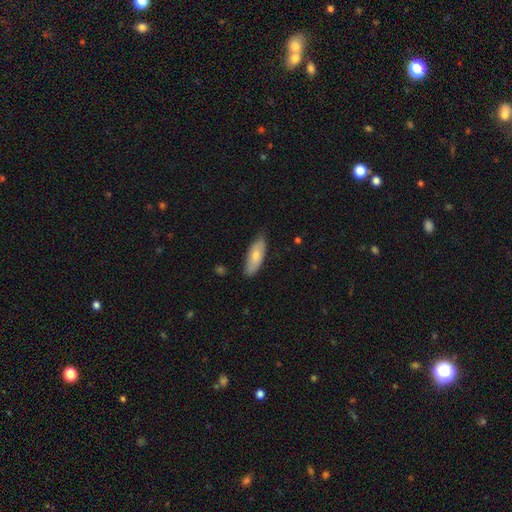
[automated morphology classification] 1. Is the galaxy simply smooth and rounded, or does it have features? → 73% smooth, 22% featured or disk, 5% star or artifact.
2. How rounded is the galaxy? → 77% in between, 21% cigar-shaped, 2% round.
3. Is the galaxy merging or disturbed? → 77% none, 19% minor disturbance, 3% major disturbance, 1% merger.